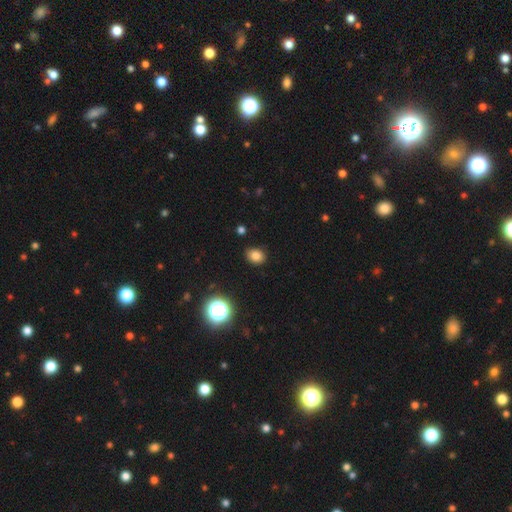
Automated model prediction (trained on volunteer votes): smooth 81%, star or artifact 13%, featured or disk 6%. Down the decision tree: how rounded — in between (56%); merging — none (88%).